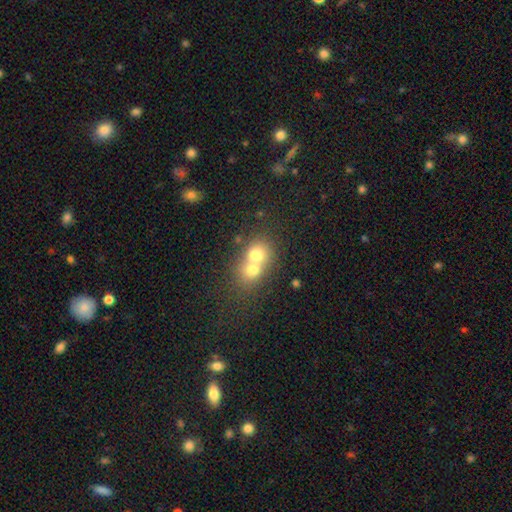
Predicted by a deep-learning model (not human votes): The model was most divided on "how rounded": round: 67%, in between: 31%, cigar-shaped: 1%. More confident: merging — merger (72%); smooth or featured — smooth (68%).